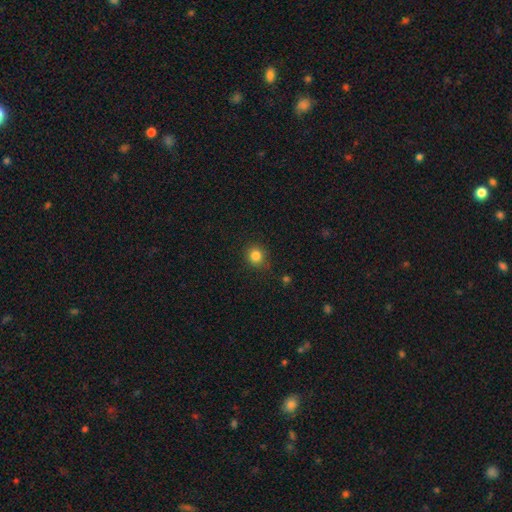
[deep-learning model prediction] Smooth or featured: smooth — 83% (star or artifact — 12%)
How rounded: round — 90% (in between — 9%)
Merging: none — 85% (minor disturbance — 11%)